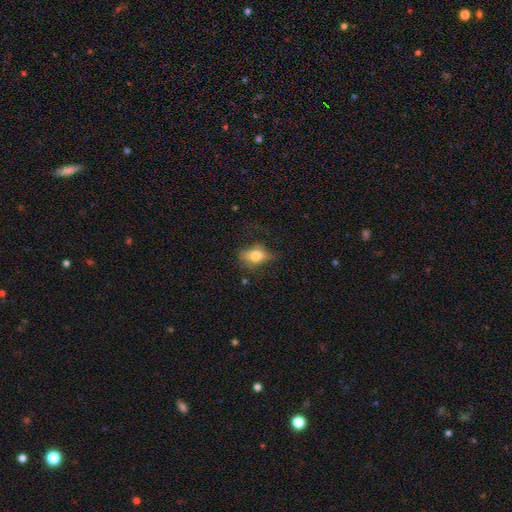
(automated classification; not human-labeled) smooth_or_featured: smooth (p=0.68) [alt: featured or disk p=0.22]
how_rounded: in between (p=0.77) [alt: round p=0.17]
merging: none (p=0.53) [alt: minor disturbance p=0.28]